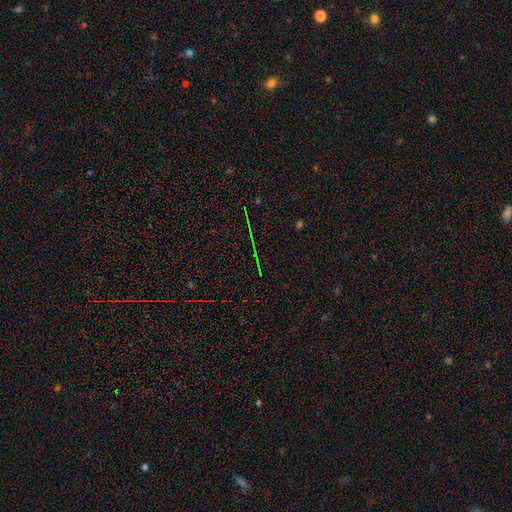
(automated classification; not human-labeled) smooth-or-featured: star or artifact: 75% | smooth: 13% | featured or disk: 12%